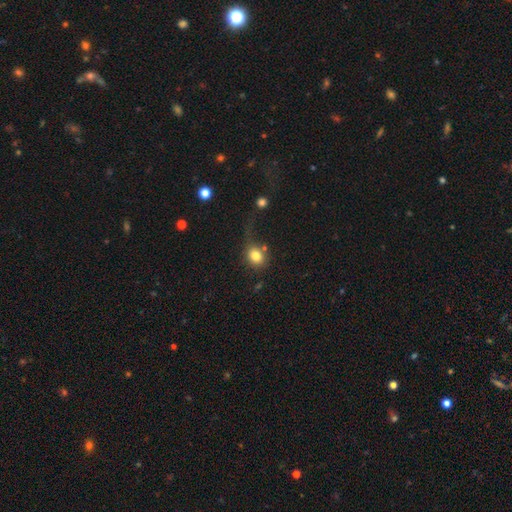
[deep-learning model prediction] This appears to be a smooth galaxy with no disk features (80%) that is round (58%). Merging: none (55%).